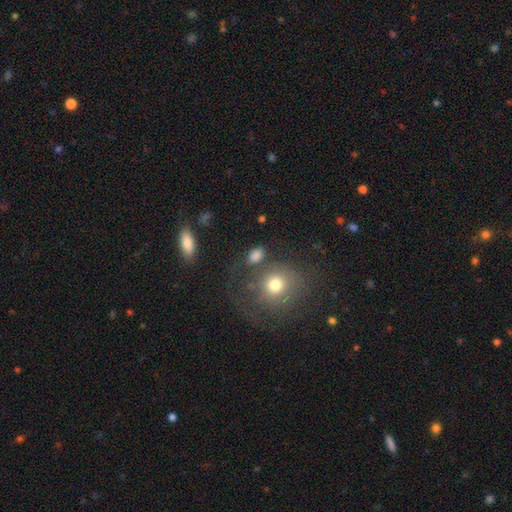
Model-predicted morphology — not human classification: smooth-or-featured: smooth: 79% | star or artifact: 11% | featured or disk: 10%
  how-rounded: in between: 71% | round: 26% | cigar-shaped: 3%
  merging: none: 61% | minor disturbance: 16% | merger: 13% | major disturbance: 10%